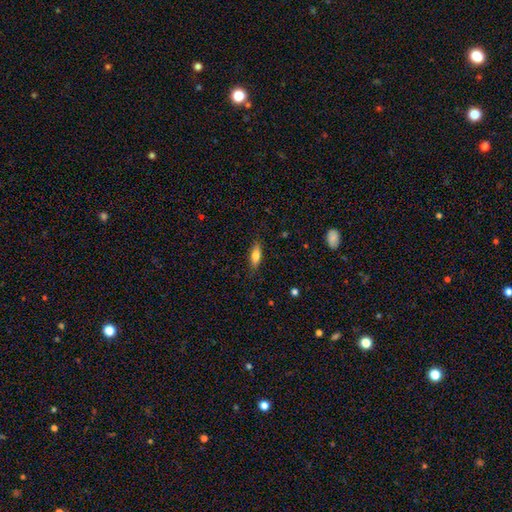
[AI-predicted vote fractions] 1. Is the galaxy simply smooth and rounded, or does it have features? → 74% smooth, 19% featured or disk, 7% star or artifact.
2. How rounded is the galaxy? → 58% in between, 40% cigar-shaped, 2% round.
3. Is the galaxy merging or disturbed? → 83% none, 13% minor disturbance, 3% major disturbance, 1% merger.